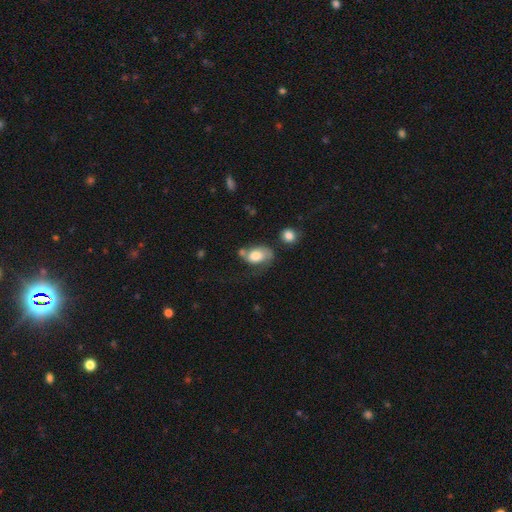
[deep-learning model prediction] A smooth galaxy with no disk features (66%) that is in between round and cigar-shaped (83%). Merging: none (32%).